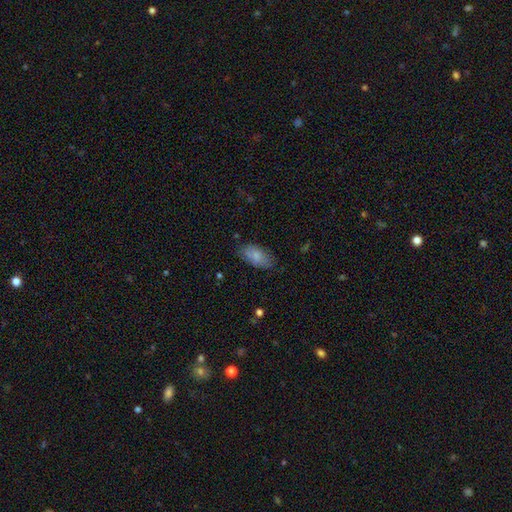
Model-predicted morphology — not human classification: smooth-or-featured: smooth: 78% | featured or disk: 15% | star or artifact: 7%
  how-rounded: in between: 92% | cigar-shaped: 5% | round: 3%
  merging: none: 72% | minor disturbance: 21% | major disturbance: 5% | merger: 2%